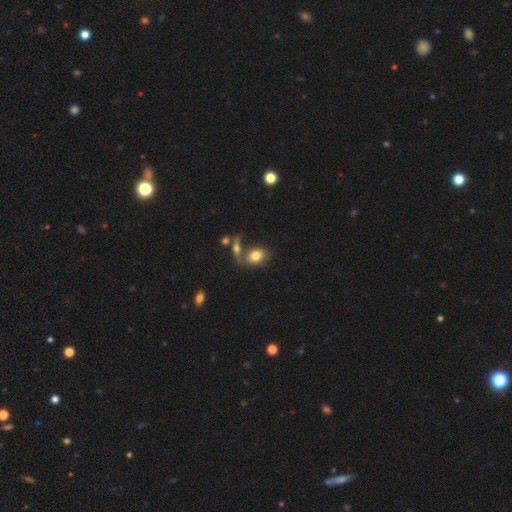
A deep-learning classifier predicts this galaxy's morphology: The model was most divided on "merging": none: 51%, merger: 29%, minor disturbance: 13%, major disturbance: 7%. More confident: smooth or featured — smooth (78%); how rounded — in between (75%).